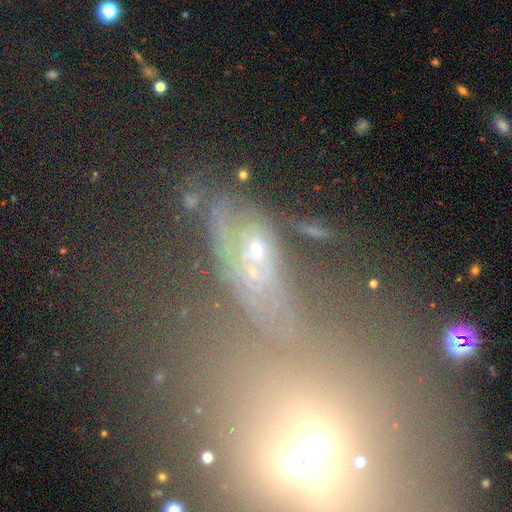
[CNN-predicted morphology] This appears to be a featured or disk galaxy (46%). Merging: none (48%).